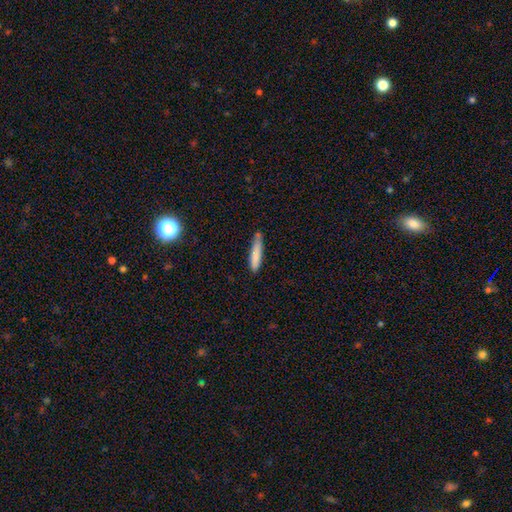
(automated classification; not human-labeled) smooth_or_featured: smooth (p=0.81) [alt: featured or disk p=0.13]
how_rounded: cigar-shaped (p=0.87) [alt: in between p=0.11]
merging: none (p=0.65) [alt: minor disturbance p=0.25]